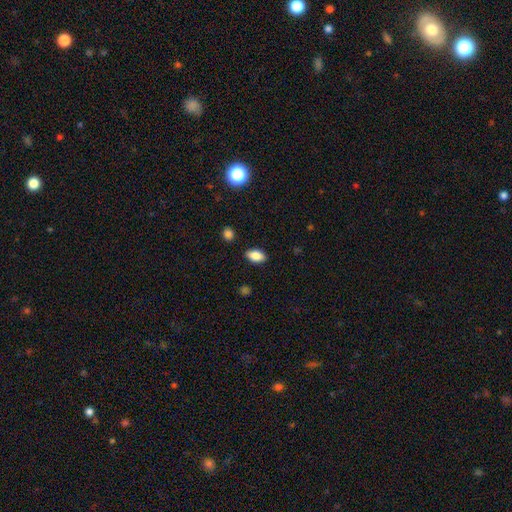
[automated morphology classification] A smooth galaxy with no disk features (86%) that is in between round and cigar-shaped (91%).

Vote fractions:
- Smooth or featured? smooth: 86% / star or artifact: 8% / featured or disk: 6%
- How rounded? in between: 91% / round: 6% / cigar-shaped: 2%
- Merging? none: 87% / minor disturbance: 9% / major disturbance: 2% / merger: 1%